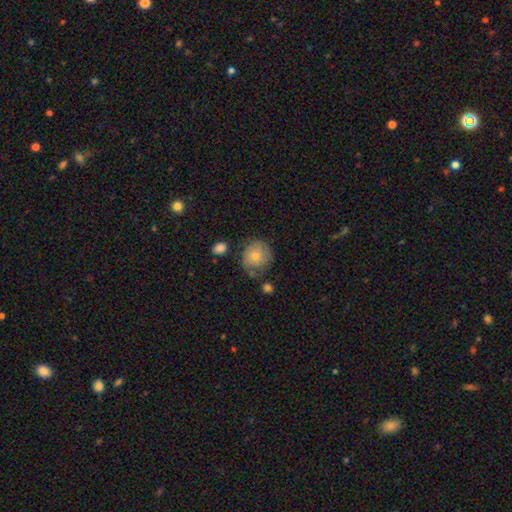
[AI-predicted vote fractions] A smooth galaxy with no disk features (56%) that is round (85%). Merging: none (67%).